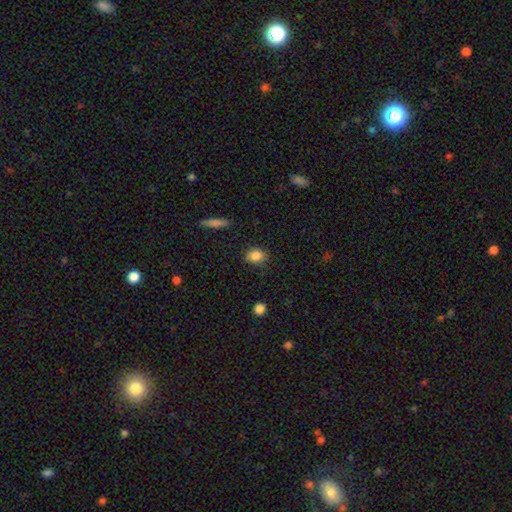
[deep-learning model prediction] Overall: smooth (84%). How rounded: in between (59%; round 39%). Merging: none (86%).